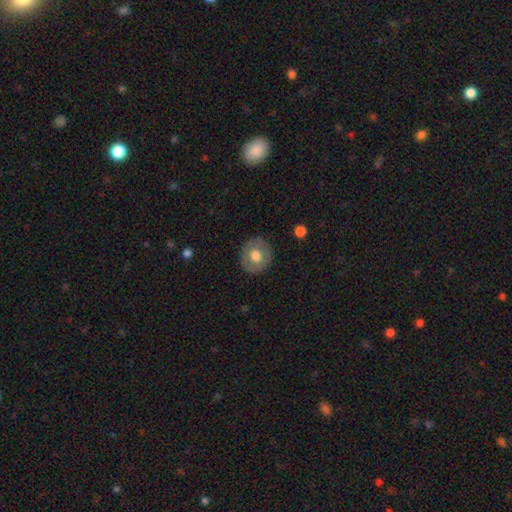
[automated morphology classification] smooth-or-featured: smooth: 62% | featured or disk: 32% | star or artifact: 7%
  how-rounded: round: 78% | in between: 21% | cigar-shaped: 1%
  merging: none: 86% | minor disturbance: 10% | major disturbance: 3% | merger: 1%